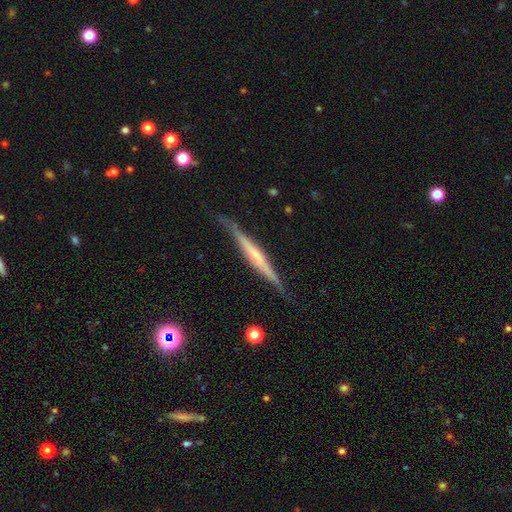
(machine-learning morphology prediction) This appears to be a featured or disk galaxy (70%) viewed edge-on (97%) with no central bulge (46%). Merging: none (84%).